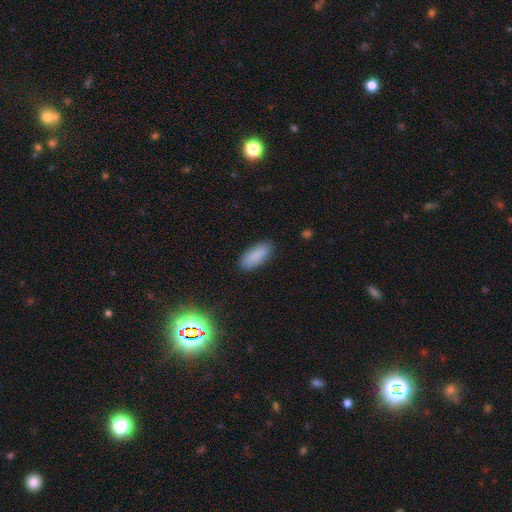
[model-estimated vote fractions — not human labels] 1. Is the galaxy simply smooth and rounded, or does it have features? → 87% smooth, 8% star or artifact, 5% featured or disk.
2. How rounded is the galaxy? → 80% in between, 18% cigar-shaped, 2% round.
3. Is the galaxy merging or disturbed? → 86% none, 11% minor disturbance, 2% major disturbance, 1% merger.